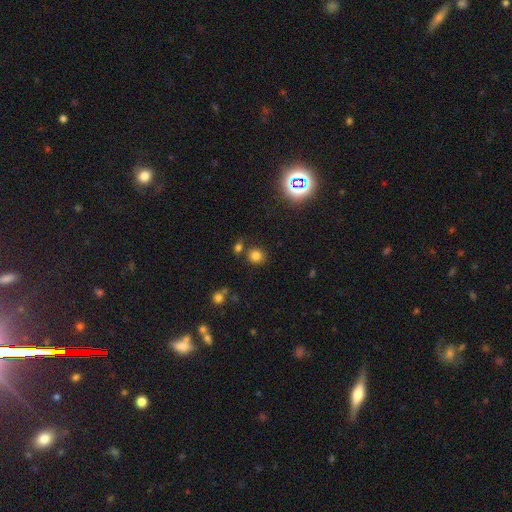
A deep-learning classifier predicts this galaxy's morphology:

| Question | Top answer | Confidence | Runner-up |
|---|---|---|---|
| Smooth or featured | smooth | 78% | star or artifact (16%) |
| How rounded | round | 82% | in between (17%) |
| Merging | none | 75% | merger (12%) |